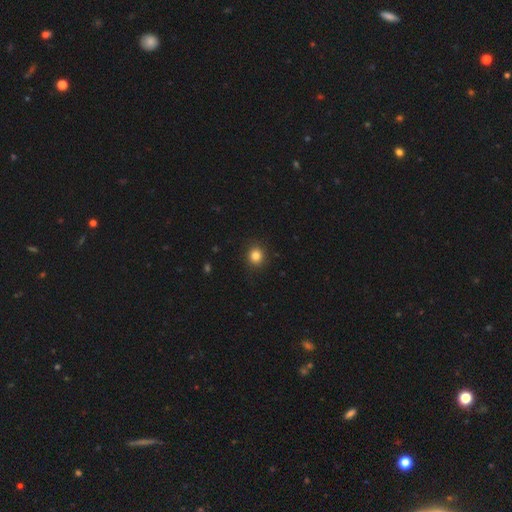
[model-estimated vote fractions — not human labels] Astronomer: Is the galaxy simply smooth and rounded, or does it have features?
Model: smooth — 84%.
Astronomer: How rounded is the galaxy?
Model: round — 86%.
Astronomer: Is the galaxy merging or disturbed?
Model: none — 90%.